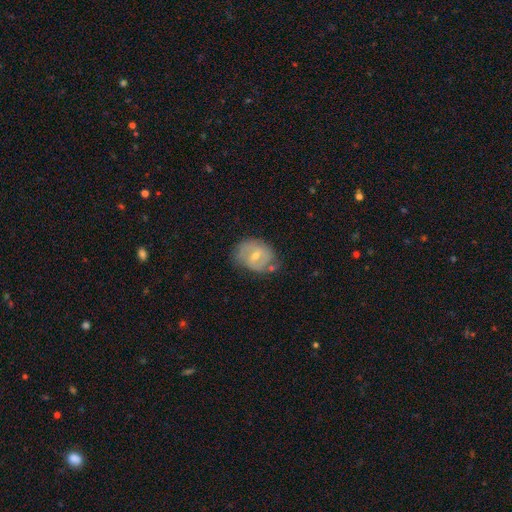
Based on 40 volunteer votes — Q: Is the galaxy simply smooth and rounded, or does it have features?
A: featured or disk — 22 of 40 (55%).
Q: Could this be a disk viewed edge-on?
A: no — 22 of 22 (100%).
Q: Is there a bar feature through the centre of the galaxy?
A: weak — 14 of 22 (64%).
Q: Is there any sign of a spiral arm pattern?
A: yes — 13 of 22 (59%).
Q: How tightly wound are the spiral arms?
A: tight — 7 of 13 (54%).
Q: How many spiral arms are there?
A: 2 — 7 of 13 (54%).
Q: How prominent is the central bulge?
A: moderate — 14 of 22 (64%).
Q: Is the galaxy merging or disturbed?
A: none — 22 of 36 (61%).